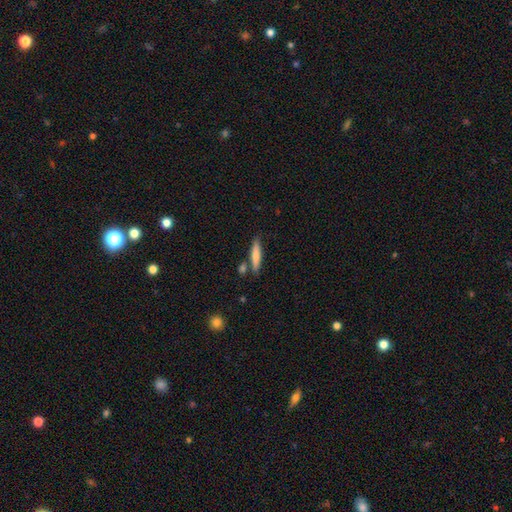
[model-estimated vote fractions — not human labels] smooth 71%, featured or disk 23%, star or artifact 6%. Down the decision tree: how rounded — cigar-shaped (88%); merging — none (77%).